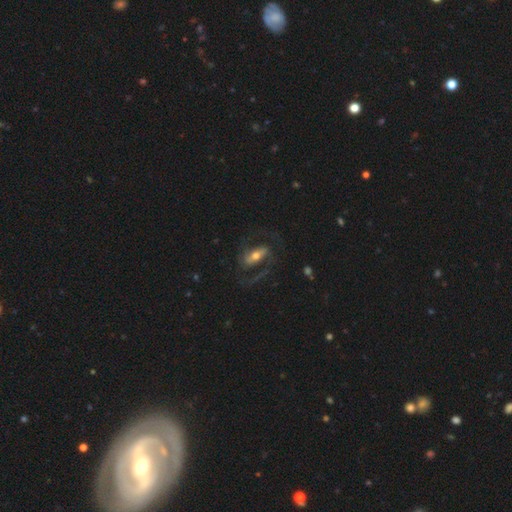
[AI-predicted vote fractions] Smooth or featured?
  - featured or disk: 72% *
  - smooth: 21%
  - star or artifact: 7%
Edge-on disk?
  - no: 89% *
  - yes: 11%
Bar?
  - strong: 52% *
  - weak: 27%
  - no: 22%
Spiral arms?
  - yes: 82% *
  - no: 18%
Spiral winding?
  - medium: 48% *
  - loose: 35%
  - tight: 17%
Spiral arm count?
  - 2: 85% *
  - 1: 6%
  - can't tell: 6%
  - 3: 2%
  - 4: 1%
  - more than 4: 1%
Bulge size?
  - moderate: 64% *
  - small: 23%
  - large: 10%
  - dominant: 2%
  - none: 1%
Merging?
  - none: 62% *
  - major disturbance: 21%
  - minor disturbance: 15%
  - merger: 2%